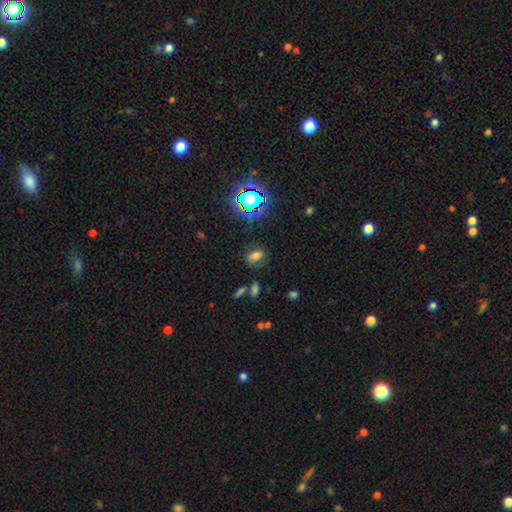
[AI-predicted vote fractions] Overall: smooth (63%; star or artifact 25%). How rounded: in between (78%). Merging: none (73%).